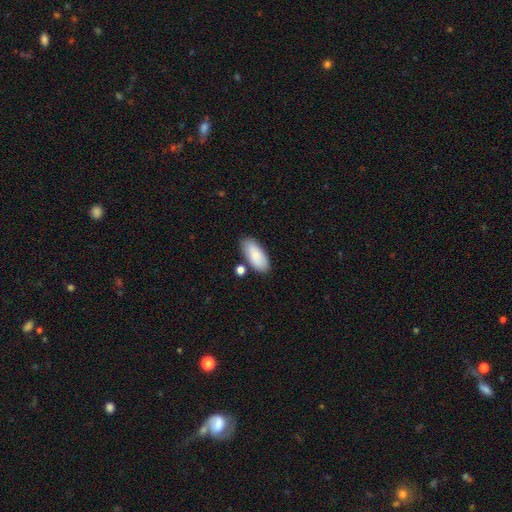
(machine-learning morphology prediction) smooth-or-featured: smooth: 85% | featured or disk: 9% | star or artifact: 6%
  how-rounded: in between: 88% | cigar-shaped: 10% | round: 2%
  merging: none: 76% | minor disturbance: 13% | merger: 7% | major disturbance: 3%